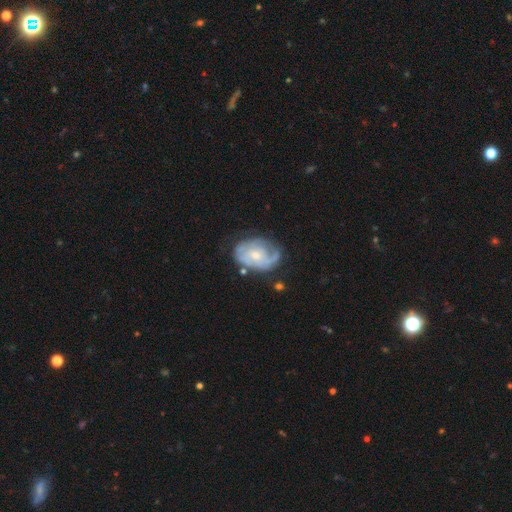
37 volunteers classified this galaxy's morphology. A featured or disk galaxy (84%) with no bar (74%), tight (45%) spiral arms (71%) and a moderate central bulge (58%). Merging: none (69%).